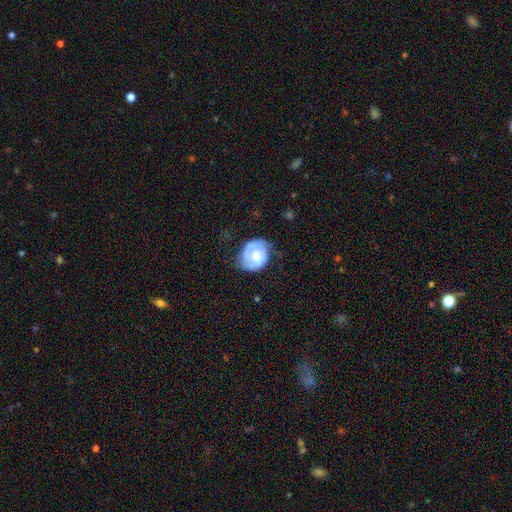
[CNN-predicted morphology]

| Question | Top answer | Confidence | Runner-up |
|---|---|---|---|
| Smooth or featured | featured or disk | 54% | smooth (40%) |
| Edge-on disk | no | 97% | yes (3%) |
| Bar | no | 71% | weak (25%) |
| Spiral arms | yes | 77% | no (23%) |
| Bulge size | moderate | 59% | small (24%) |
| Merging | none | 53% | minor disturbance (32%) |